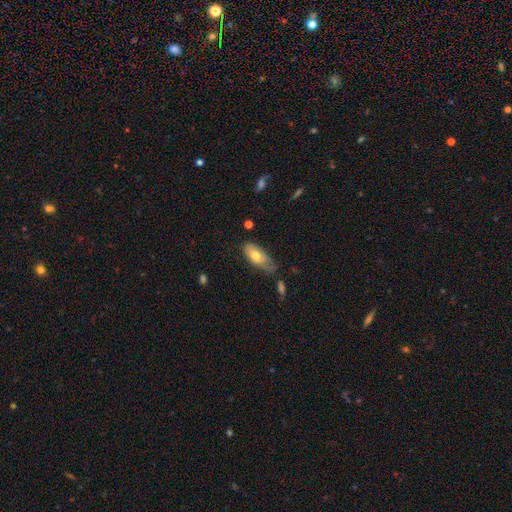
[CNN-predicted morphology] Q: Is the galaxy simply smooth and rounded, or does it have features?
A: smooth — 66%.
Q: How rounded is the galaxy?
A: in between — 87%.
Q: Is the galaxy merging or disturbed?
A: none — 41%, tied with minor disturbance.